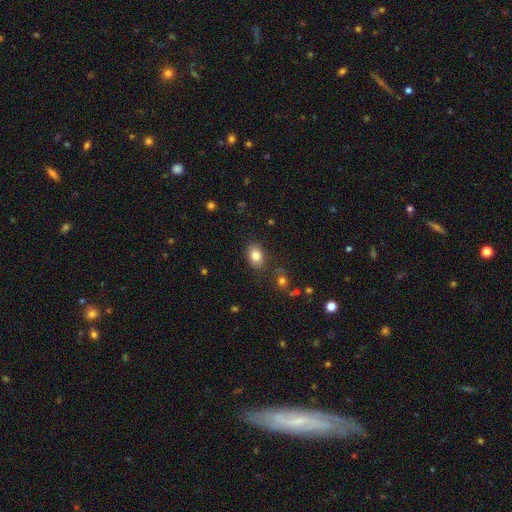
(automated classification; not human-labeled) A smooth galaxy with no disk features (82%) that is in between round and cigar-shaped (77%).

Vote fractions:
- Smooth or featured? smooth: 82% / star or artifact: 10% / featured or disk: 8%
- How rounded? in between: 77% / round: 22% / cigar-shaped: 1%
- Merging? none: 84% / minor disturbance: 11% / major disturbance: 3% / merger: 3%